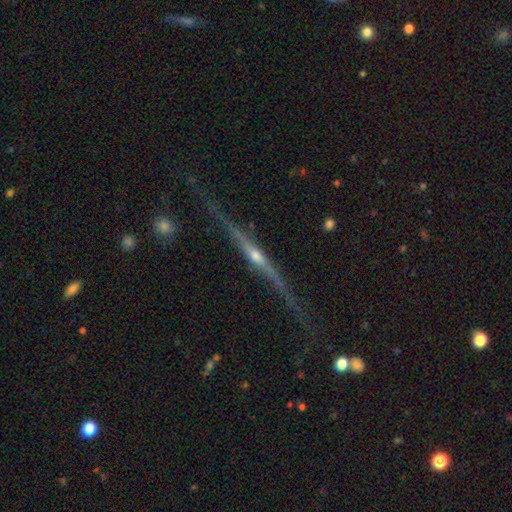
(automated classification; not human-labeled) The model was most divided on "merging": none: 73%, minor disturbance: 17%, major disturbance: 6%, merger: 3%. More confident: edge-on disk — yes (96%); smooth or featured — featured or disk (86%); edge-on bulge — rounded (81%).